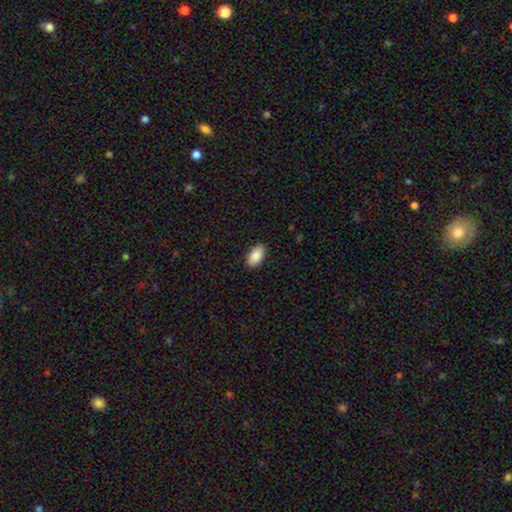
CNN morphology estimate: Smooth or featured? smooth (89%)
How rounded? in between (95%)
Merging? none (89%)